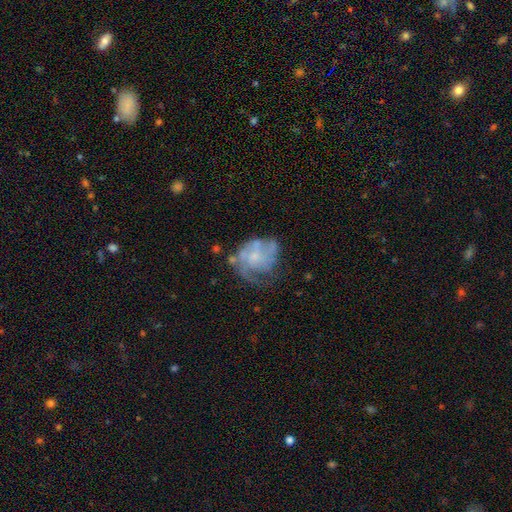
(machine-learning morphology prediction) Smooth or featured?
  - featured or disk: 64% *
  - smooth: 27%
  - star or artifact: 9%
Edge-on disk?
  - no: 98% *
  - yes: 2%
Bar?
  - no: 76% *
  - weak: 21%
  - strong: 3%
Spiral arms?
  - yes: 64% *
  - no: 36%
Bulge size?
  - small: 49% *
  - none: 25%
  - moderate: 22%
  - large: 2%
  - dominant: 1%
Merging?
  - none: 41% *
  - major disturbance: 28%
  - minor disturbance: 25%
  - merger: 5%